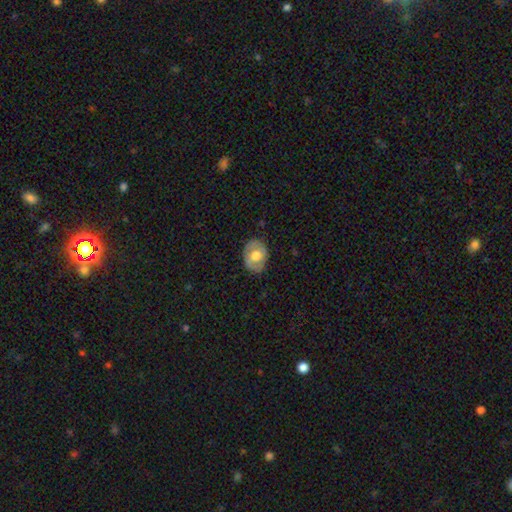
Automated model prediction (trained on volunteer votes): smooth 55%, featured or disk 39%, star or artifact 6%. Down the decision tree: how rounded — in between (62%); merging — none (77%).